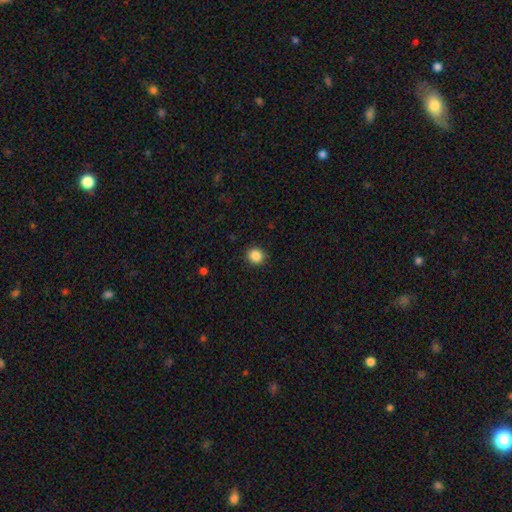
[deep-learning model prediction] Q: Smooth or featured?
A: smooth (87%); runner-up: star or artifact (10%)
Q: How rounded?
A: round (85%); runner-up: in between (14%)
Q: Merging?
A: none (91%); runner-up: minor disturbance (6%)